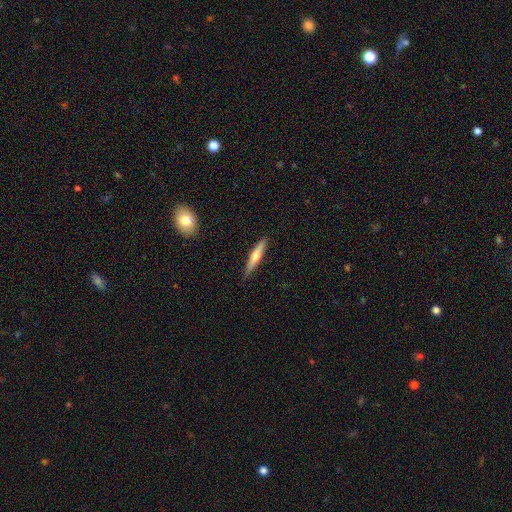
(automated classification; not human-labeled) smooth-or-featured: featured or disk: 48% | smooth: 46% | star or artifact: 6%
  merging: none: 87% | minor disturbance: 10% | major disturbance: 2% | merger: 1%